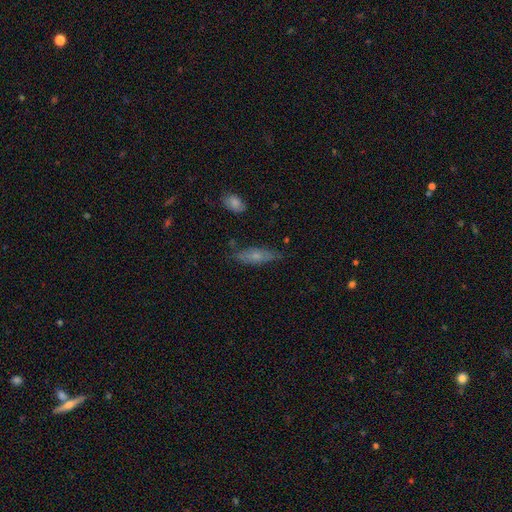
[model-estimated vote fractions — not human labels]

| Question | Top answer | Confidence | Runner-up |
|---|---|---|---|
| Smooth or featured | smooth | 51% | featured or disk (40%) |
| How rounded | cigar-shaped | 58% | in between (39%) |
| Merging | none | 74% | minor disturbance (19%) |